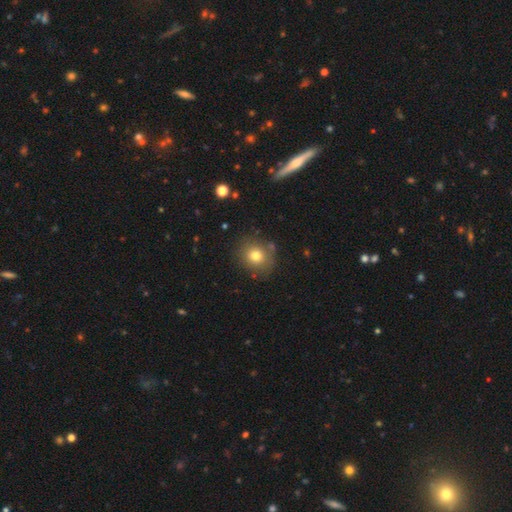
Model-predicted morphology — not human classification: smooth-or-featured: smooth: 77% | star or artifact: 12% | featured or disk: 11%
  how-rounded: round: 80% | in between: 19% | cigar-shaped: 1%
  merging: none: 81% | minor disturbance: 12% | major disturbance: 4% | merger: 4%